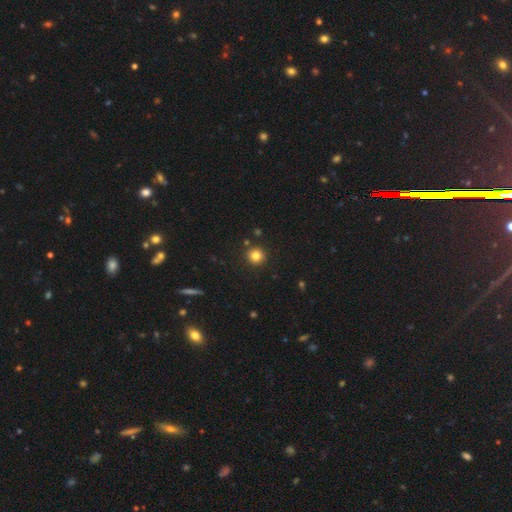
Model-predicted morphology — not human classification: smooth-or-featured: smooth: 82% | star or artifact: 13% | featured or disk: 5%
  how-rounded: round: 94% | in between: 5% | cigar-shaped: 1%
  merging: none: 89% | minor disturbance: 6% | merger: 3% | major disturbance: 2%